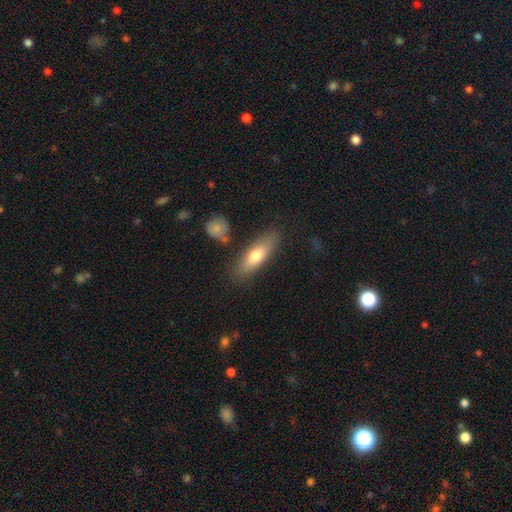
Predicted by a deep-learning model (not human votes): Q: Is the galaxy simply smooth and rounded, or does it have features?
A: smooth — 66%.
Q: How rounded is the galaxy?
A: cigar-shaped — 50%.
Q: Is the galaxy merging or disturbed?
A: none — 80%.